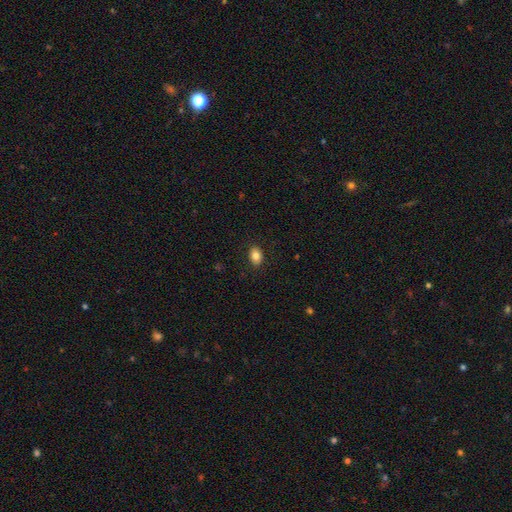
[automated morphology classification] Smooth or featured? smooth (84%)
How rounded? in between (79%)
Merging? none (89%)